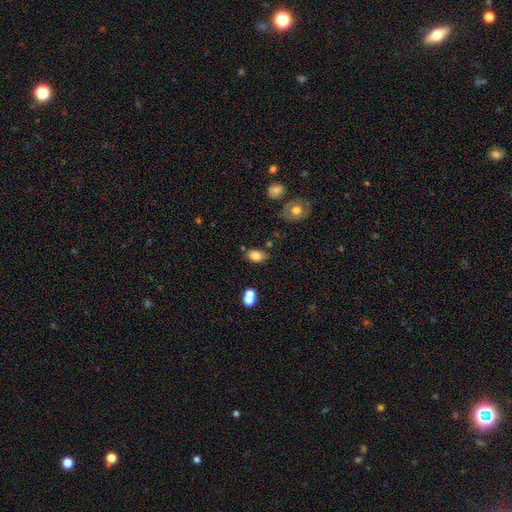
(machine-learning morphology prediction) Overall: smooth (80%). How rounded: in between (88%). Merging: none (74%).